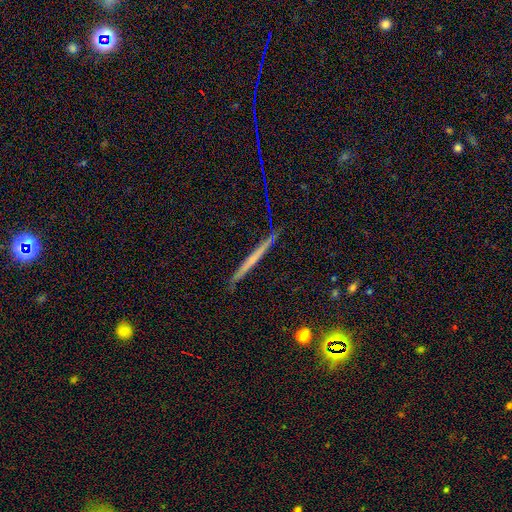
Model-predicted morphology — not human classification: featured or disk 51%, smooth 31%, star or artifact 19%. Down the decision tree: edge-on disk — yes (96%); merging — none (88%).